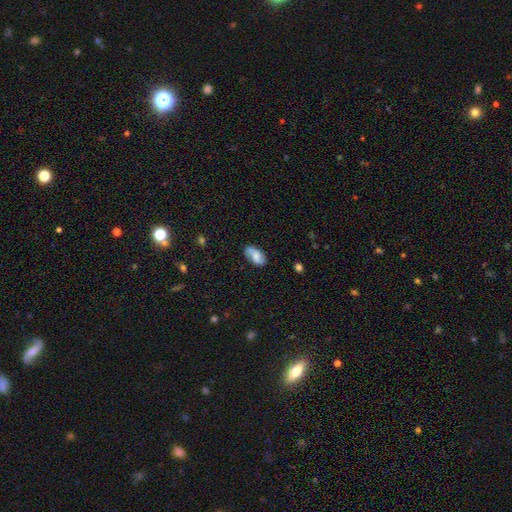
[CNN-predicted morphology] A smooth galaxy with no disk features (58%) that is in between round and cigar-shaped (92%).

Vote fractions:
- Smooth or featured? smooth: 58% / featured or disk: 34% / star or artifact: 8%
- How rounded? in between: 92% / round: 4% / cigar-shaped: 3%
- Merging? none: 72% / minor disturbance: 20% / major disturbance: 5% / merger: 3%